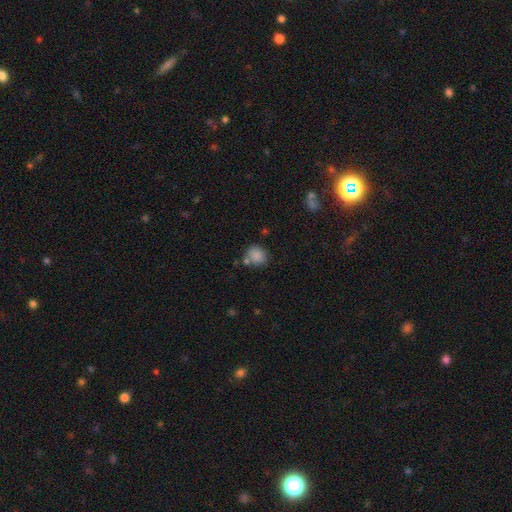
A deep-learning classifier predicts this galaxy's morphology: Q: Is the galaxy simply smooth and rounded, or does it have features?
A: smooth — 85%.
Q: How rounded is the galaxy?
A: round — 65%.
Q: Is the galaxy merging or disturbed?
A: none — 68%.